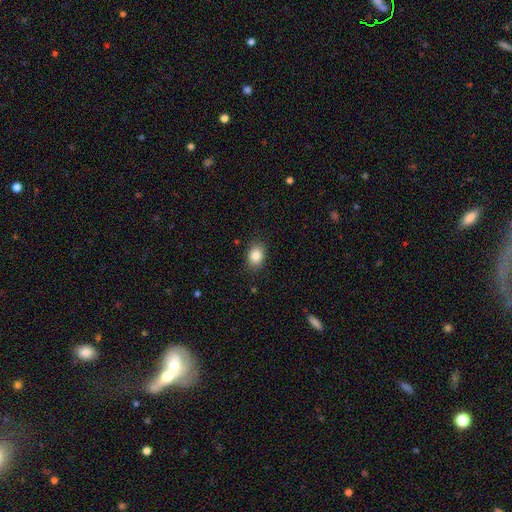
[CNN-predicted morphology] This appears to be a smooth galaxy with no disk features (86%) that is in between round and cigar-shaped (72%). Merging: none (85%).